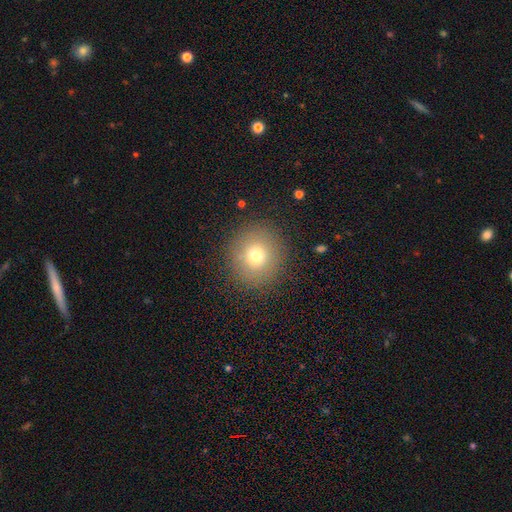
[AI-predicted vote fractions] Morphology: type=smooth (72%); roundness=round (90%); merging=none (88%).